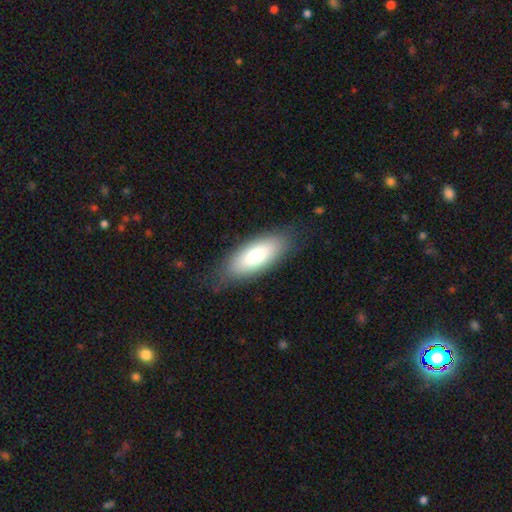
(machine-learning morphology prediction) type=smooth (74%); roundness=in between (82%); merging=none (79%).